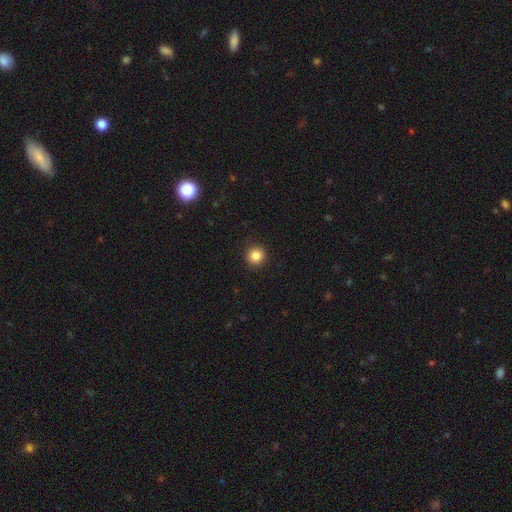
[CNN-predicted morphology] A smooth galaxy with no disk features (85%) that is round (93%). Merging: none (92%).